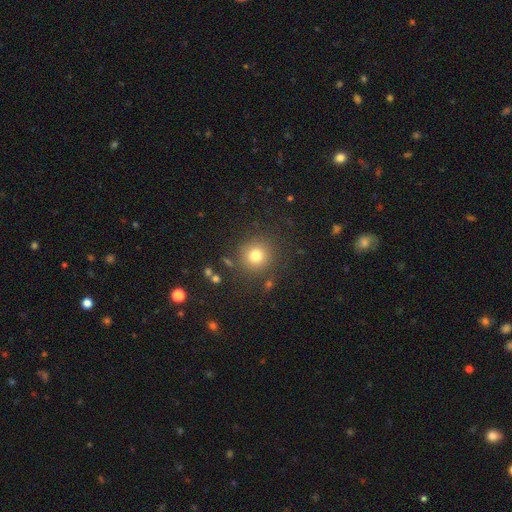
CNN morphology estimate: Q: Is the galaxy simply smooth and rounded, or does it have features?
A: smooth — 78%.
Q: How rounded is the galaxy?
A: round — 93%.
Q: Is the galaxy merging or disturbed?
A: none — 86%.